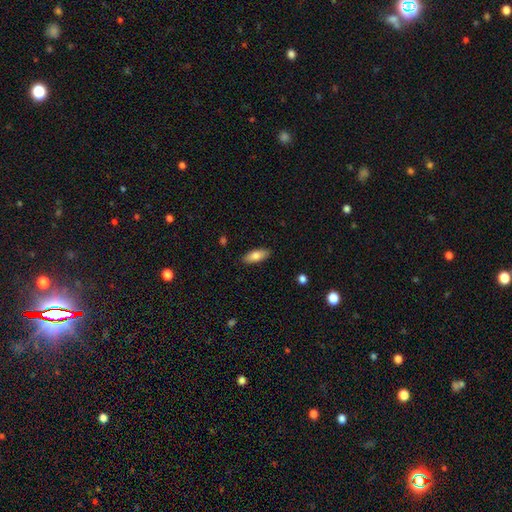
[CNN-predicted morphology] smooth 78%, featured or disk 15%, star or artifact 7%. Down the decision tree: how rounded — in between (77%); merging — none (89%).